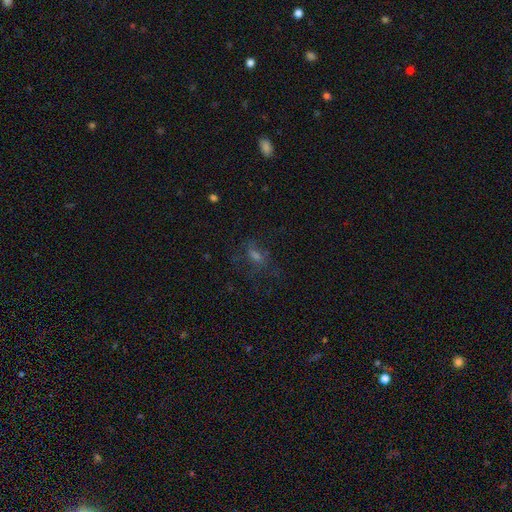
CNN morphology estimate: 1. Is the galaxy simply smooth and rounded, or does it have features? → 35% smooth, 34% featured or disk, 30% star or artifact.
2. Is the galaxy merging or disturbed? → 56% none, 23% major disturbance, 19% minor disturbance, 2% merger.